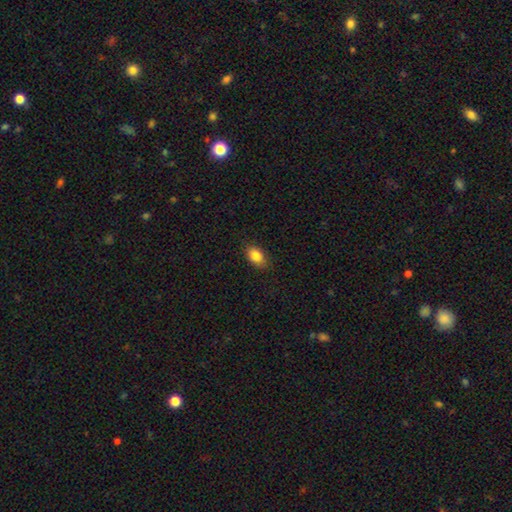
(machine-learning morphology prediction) The model was most divided on "how rounded": in between: 85%, round: 13%, cigar-shaped: 2%. More confident: merging — none (86%); smooth or featured — smooth (85%).